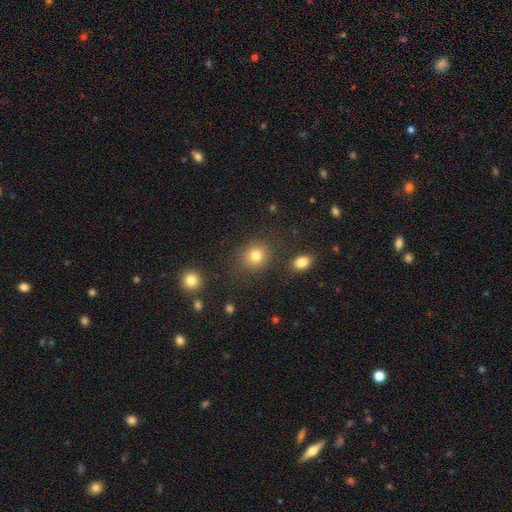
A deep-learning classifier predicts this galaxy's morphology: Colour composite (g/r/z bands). It shows a smooth galaxy with no disk features (81%) that is round (75%). Merging: none (81%).